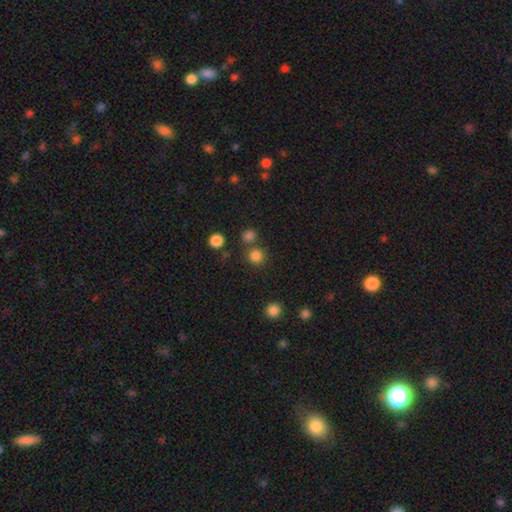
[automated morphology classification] Q: Smooth or featured?
A: smooth (81%); runner-up: star or artifact (15%)
Q: How rounded?
A: round (92%); runner-up: in between (7%)
Q: Merging?
A: none (74%); runner-up: merger (16%)